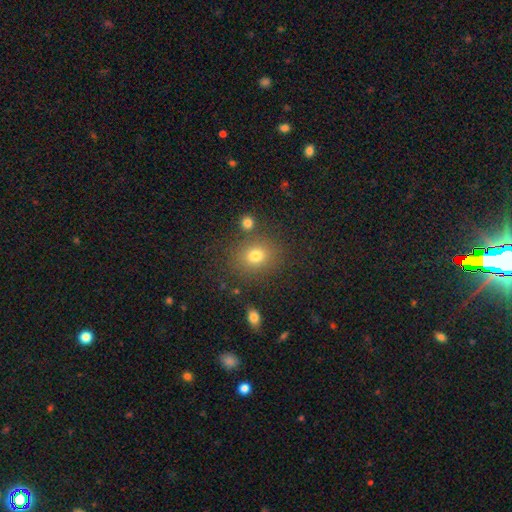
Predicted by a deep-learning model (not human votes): This appears to be a smooth galaxy with no disk features (77%) that is round (63%). Merging: none (79%).